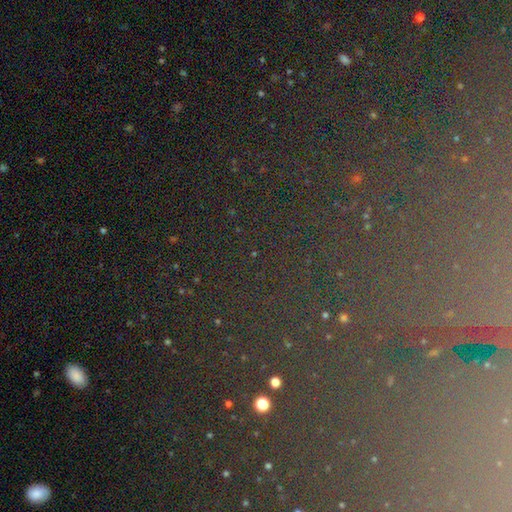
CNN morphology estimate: type=star or artifact (75%).